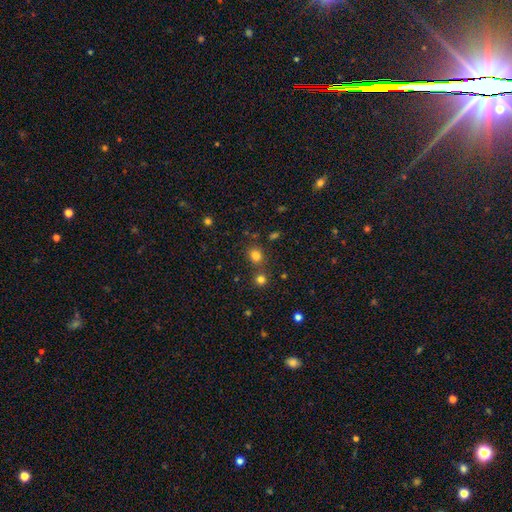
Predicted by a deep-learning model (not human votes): Q: Smooth or featured?
A: smooth (78%); runner-up: star or artifact (16%)
Q: How rounded?
A: round (76%); runner-up: in between (23%)
Q: Merging?
A: none (74%); runner-up: merger (14%)